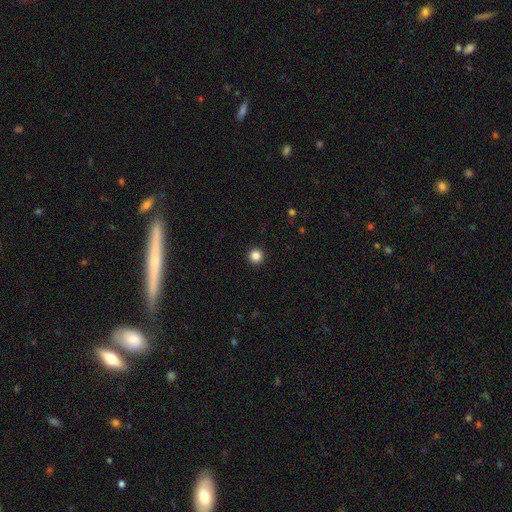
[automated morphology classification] This is clearly a smooth galaxy (86%). How rounded: clearly round (96%). Merging: clearly none (94%).